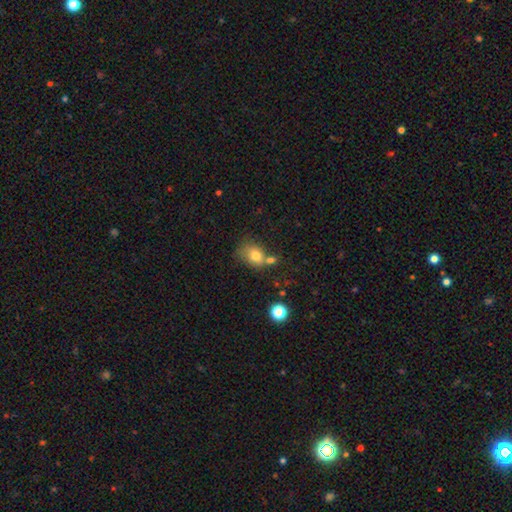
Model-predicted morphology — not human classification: type=smooth (76%); roundness=in between (62%); merging=none (41%).